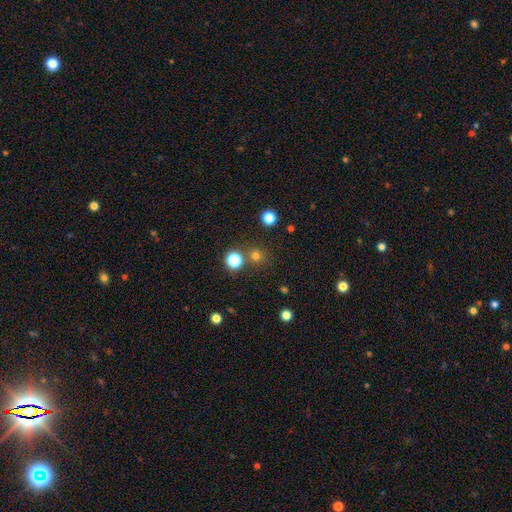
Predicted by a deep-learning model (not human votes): Overall: smooth (72%). How rounded: round (91%). Merging: none (77%).